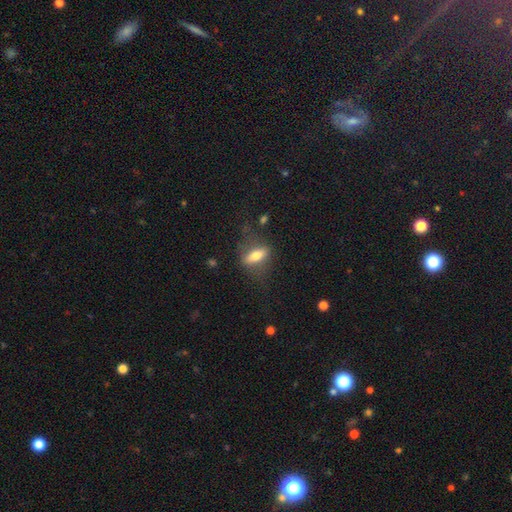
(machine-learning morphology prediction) smooth-or-featured: smooth: 55% | featured or disk: 37% | star or artifact: 8%
  how-rounded: in between: 59% | cigar-shaped: 34% | round: 6%
  merging: none: 69% | minor disturbance: 17% | major disturbance: 12% | merger: 2%